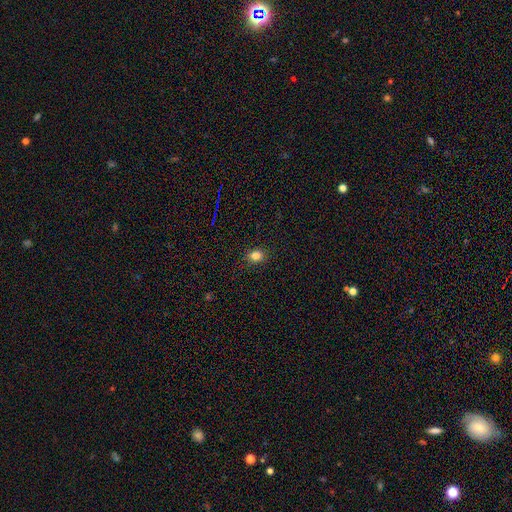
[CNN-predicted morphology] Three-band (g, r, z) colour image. It shows a smooth galaxy with no disk features (82%) that is round (55%). Merging: none (88%).